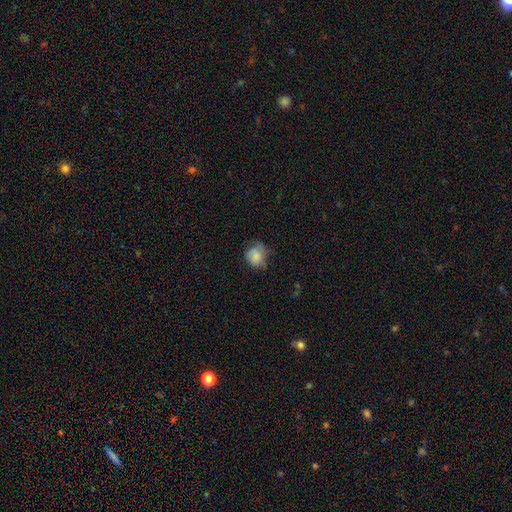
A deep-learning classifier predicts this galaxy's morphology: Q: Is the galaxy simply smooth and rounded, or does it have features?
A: smooth — 80%.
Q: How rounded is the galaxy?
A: round — 68%.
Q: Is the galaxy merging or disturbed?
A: none — 55%.